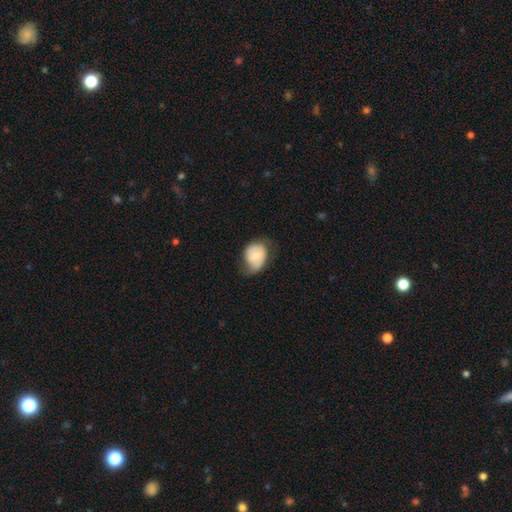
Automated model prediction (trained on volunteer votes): The model was most divided on "merging": none: 42%, minor disturbance: 39%, major disturbance: 17%, merger: 2%. More confident: smooth or featured — smooth (64%); how rounded — in between (58%).